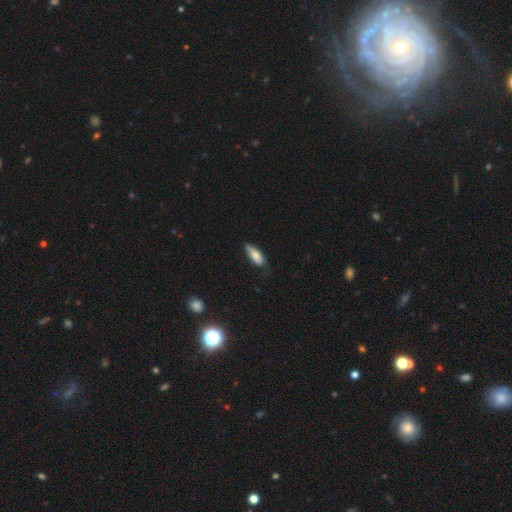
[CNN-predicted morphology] This is likely a smooth galaxy (75%). How rounded: likely in between (66%). Merging: possibly none (58%).